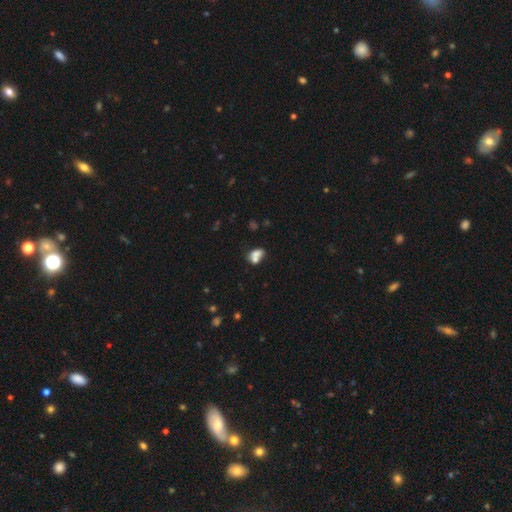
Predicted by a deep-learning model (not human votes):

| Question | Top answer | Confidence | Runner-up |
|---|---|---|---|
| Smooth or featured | smooth | 71% | featured or disk (18%) |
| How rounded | in between | 70% | round (28%) |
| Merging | merger | 58% | none (24%) |